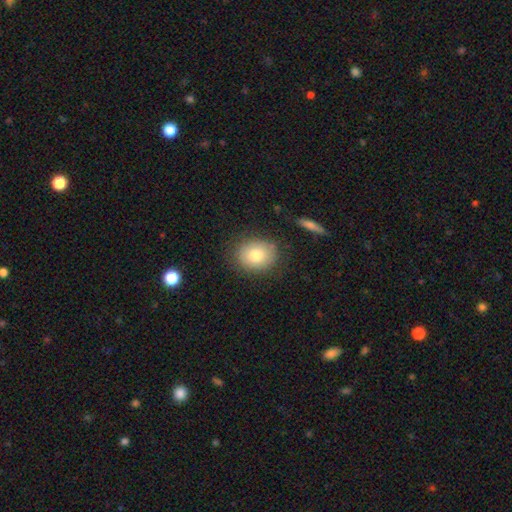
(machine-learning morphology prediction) smooth_or_featured: smooth (p=0.77) [alt: featured or disk p=0.14]
how_rounded: round (p=0.63) [alt: in between p=0.36]
merging: none (p=0.84) [alt: minor disturbance p=0.11]